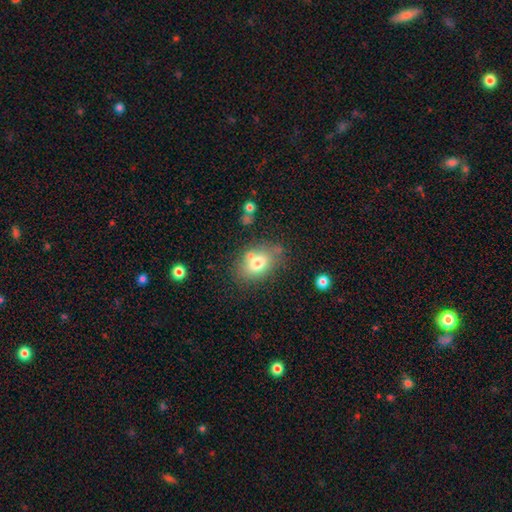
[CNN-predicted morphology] smooth_or_featured: smooth (p=0.72) [alt: featured or disk p=0.15]
how_rounded: in between (p=0.67) [alt: round p=0.31]
merging: none (p=0.66) [alt: minor disturbance p=0.17]